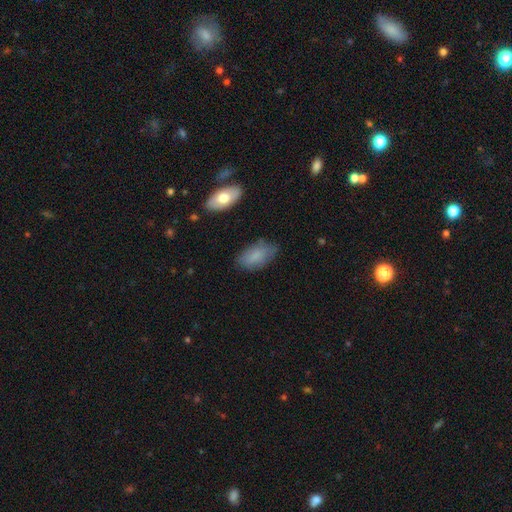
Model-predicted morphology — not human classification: smooth_or_featured: smooth (p=0.80) [alt: featured or disk p=0.13]
how_rounded: in between (p=0.93) [alt: round p=0.03]
merging: none (p=0.68) [alt: minor disturbance p=0.24]